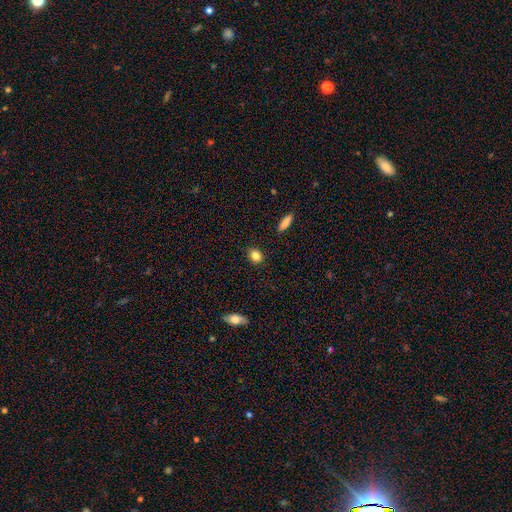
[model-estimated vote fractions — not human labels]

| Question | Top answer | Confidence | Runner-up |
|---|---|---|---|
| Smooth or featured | smooth | 84% | star or artifact (9%) |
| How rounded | round | 58% | in between (40%) |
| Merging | none | 89% | minor disturbance (7%) |